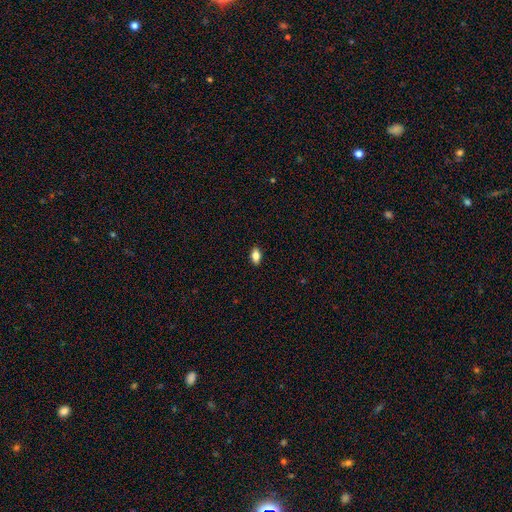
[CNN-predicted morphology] Smooth or featured? smooth (82%)
How rounded? in between (88%)
Merging? none (89%)